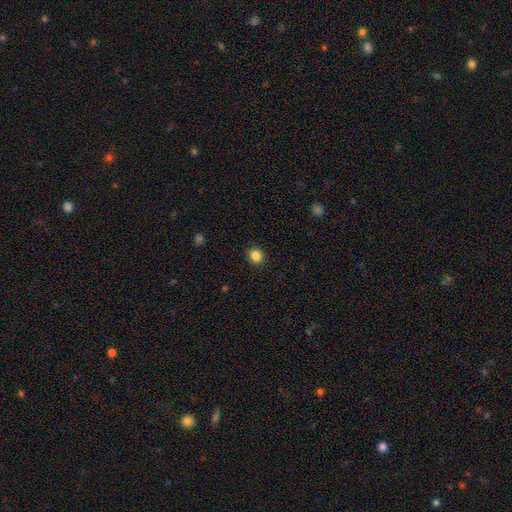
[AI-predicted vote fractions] smooth_or_featured: smooth (p=0.85) [alt: star or artifact p=0.11]
how_rounded: round (p=0.86) [alt: in between p=0.13]
merging: none (p=0.92) [alt: minor disturbance p=0.06]